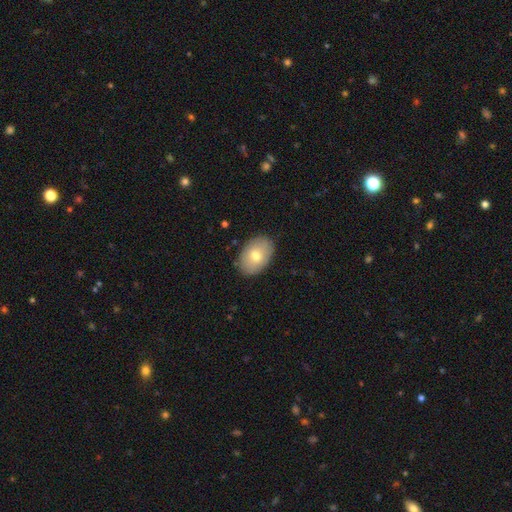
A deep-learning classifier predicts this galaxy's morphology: smooth_or_featured: smooth (p=0.74) [alt: featured or disk p=0.19]
how_rounded: in between (p=0.86) [alt: round p=0.13]
merging: none (p=0.87) [alt: minor disturbance p=0.10]